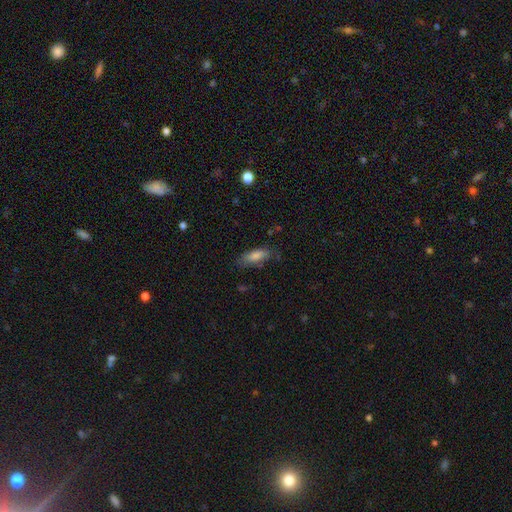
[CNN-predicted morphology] This appears to be a smooth galaxy with no disk features (74%) that is in between round and cigar-shaped (66%). Merging: none (70%).